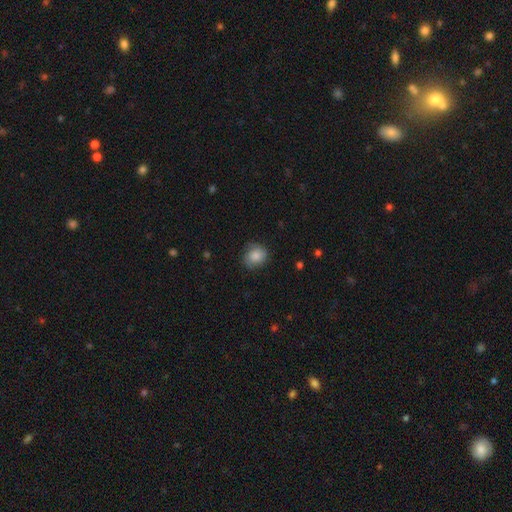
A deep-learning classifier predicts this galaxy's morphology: A smooth galaxy with no disk features (77%) that is round (71%).

Vote fractions:
- Smooth or featured? smooth: 77% / featured or disk: 15% / star or artifact: 8%
- How rounded? round: 71% / in between: 28% / cigar-shaped: 1%
- Merging? none: 73% / minor disturbance: 21% / major disturbance: 5% / merger: 1%